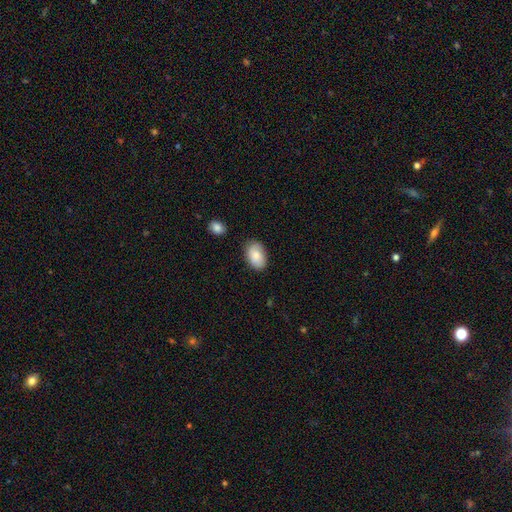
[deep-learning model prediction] A smooth galaxy with no disk features (83%) that is in between round and cigar-shaped (88%).

Vote fractions:
- Smooth or featured? smooth: 83% / featured or disk: 11% / star or artifact: 7%
- How rounded? in between: 88% / round: 11% / cigar-shaped: 1%
- Merging? none: 76% / minor disturbance: 18% / major disturbance: 3% / merger: 2%